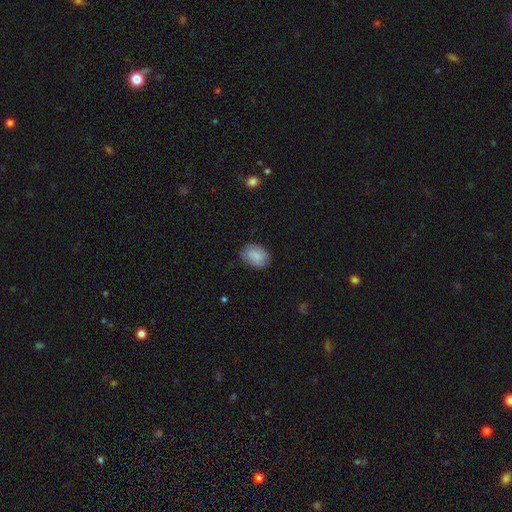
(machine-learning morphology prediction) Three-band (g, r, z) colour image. It shows a smooth galaxy with no disk features (75%) that is in between round and cigar-shaped (68%). Merging: none (79%).